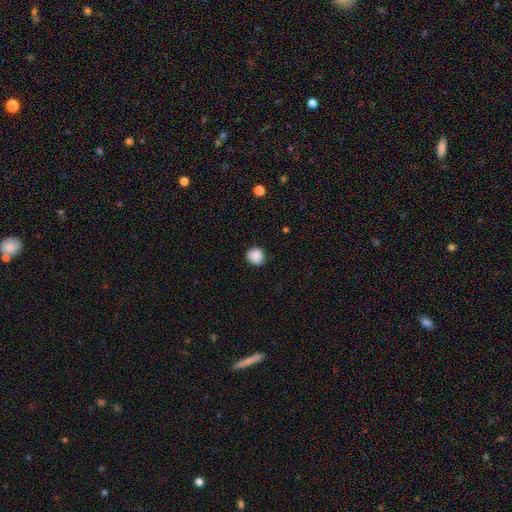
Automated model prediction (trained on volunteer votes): Q: Smooth or featured?
A: smooth (88%); runner-up: star or artifact (9%)
Q: How rounded?
A: round (91%); runner-up: in between (8%)
Q: Merging?
A: none (86%); runner-up: minor disturbance (11%)